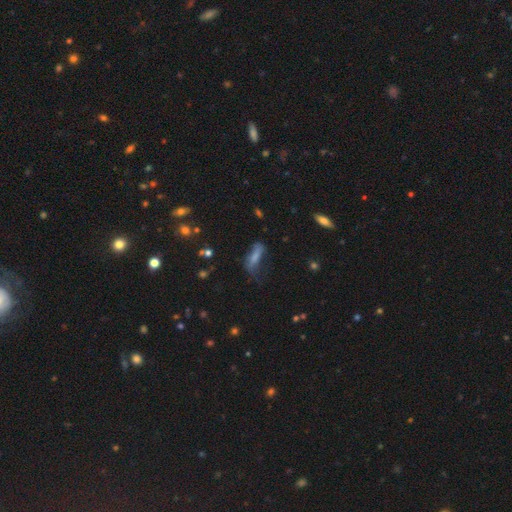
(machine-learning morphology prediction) This is likely a smooth galaxy (66%). How rounded: possibly cigar-shaped (50%). Merging: marginally none (38%).